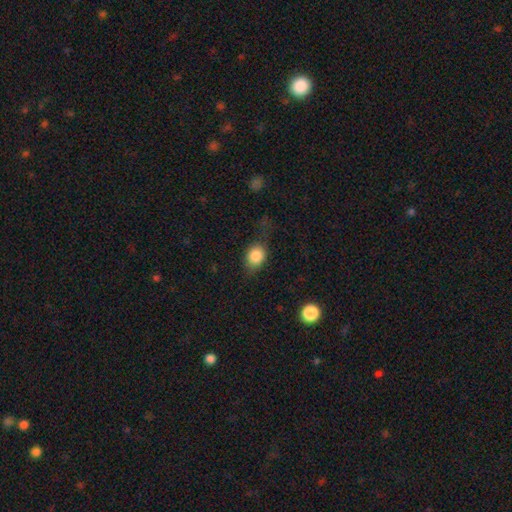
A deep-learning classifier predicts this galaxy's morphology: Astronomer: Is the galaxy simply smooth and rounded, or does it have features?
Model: smooth — 83%.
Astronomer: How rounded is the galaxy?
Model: in between — 50% (runner-up: round, 48%).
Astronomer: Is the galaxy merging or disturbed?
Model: none — 60%.